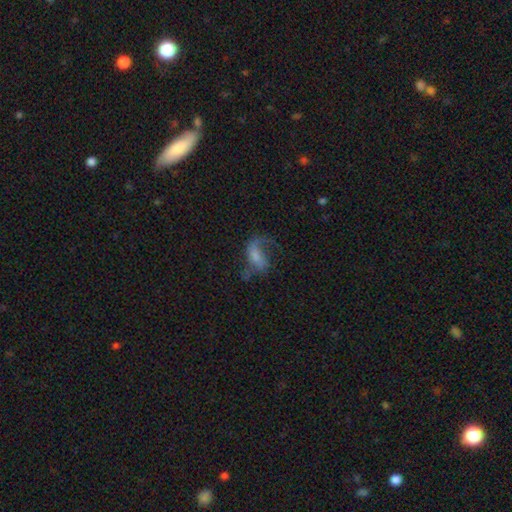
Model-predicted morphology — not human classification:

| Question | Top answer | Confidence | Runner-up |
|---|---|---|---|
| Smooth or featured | featured or disk | 63% | smooth (25%) |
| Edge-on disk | no | 95% | yes (5%) |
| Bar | no | 44% | weak (39%) |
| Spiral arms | yes | 84% | no (16%) |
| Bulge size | small | 37% | none (27%) |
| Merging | none | 42% | major disturbance (36%) |